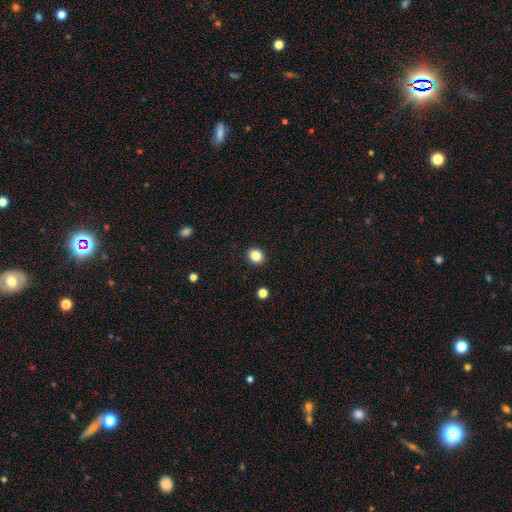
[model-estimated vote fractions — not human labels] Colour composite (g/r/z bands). It shows a smooth galaxy with no disk features (85%) that is round (65%). Merging: none (91%).